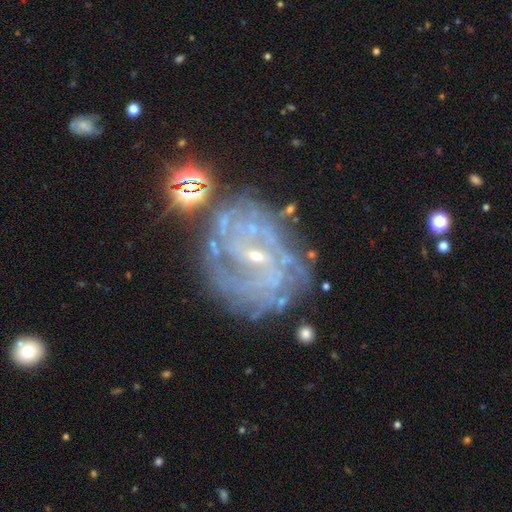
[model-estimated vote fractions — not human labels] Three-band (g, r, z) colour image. It shows a featured or disk galaxy (83%) with a weak bar (44%), tight (62%) spiral arms (90%) and a small central bulge (81%). Merging: none (65%).